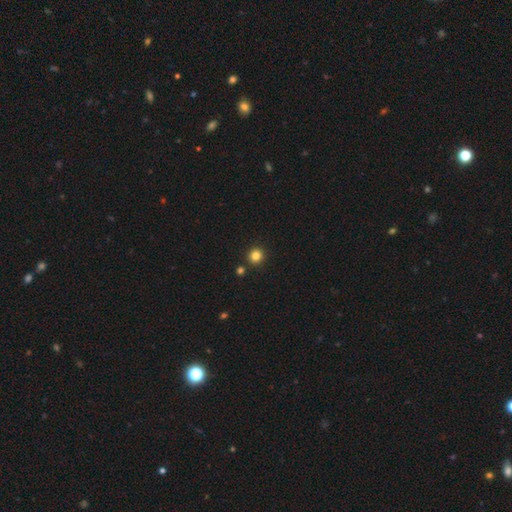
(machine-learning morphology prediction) Smooth or featured?
  - smooth: 83% *
  - star or artifact: 13%
  - featured or disk: 4%
How rounded?
  - round: 93% *
  - in between: 6%
  - cigar-shaped: 1%
Merging?
  - none: 90% *
  - minor disturbance: 5%
  - merger: 4%
  - major disturbance: 2%